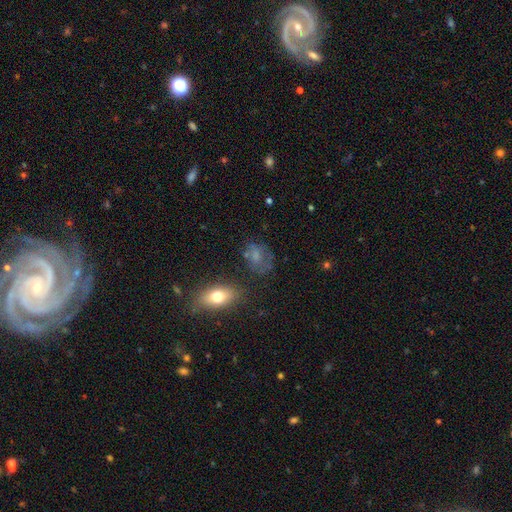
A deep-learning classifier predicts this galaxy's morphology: This is possibly a smooth galaxy (57%). How rounded: likely in between (62%). Merging: possibly none (55%).